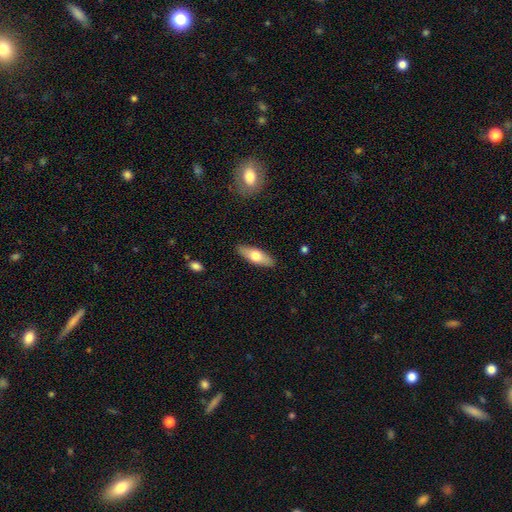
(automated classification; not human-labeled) A smooth galaxy with no disk features (64%) that is in between round and cigar-shaped (65%).

Vote fractions:
- Smooth or featured? smooth: 64% / featured or disk: 31% / star or artifact: 6%
- How rounded? in between: 65% / cigar-shaped: 33% / round: 2%
- Merging? none: 89% / minor disturbance: 8% / major disturbance: 2% / merger: 1%